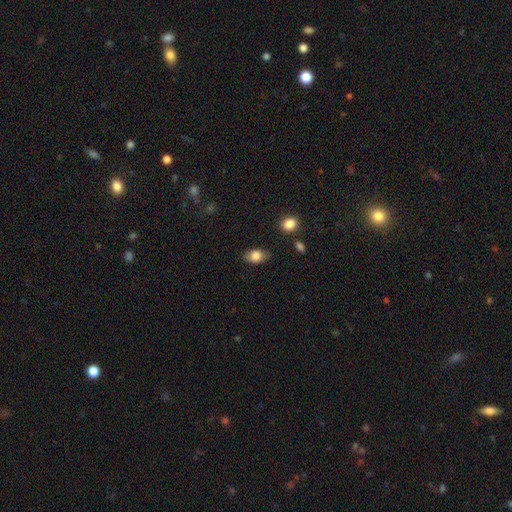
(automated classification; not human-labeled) Smooth or featured? Predicted: smooth (p=0.83). How rounded? Predicted: in between (p=0.83). Merging? Predicted: none (p=0.81).